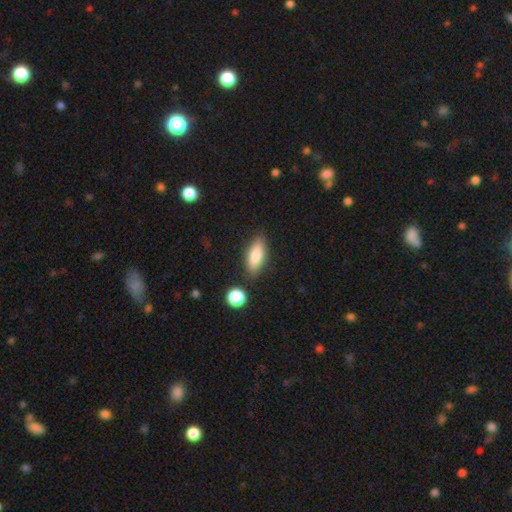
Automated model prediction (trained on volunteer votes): Morphology: type=smooth (82%); roundness=in between (74%); merging=none (81%).